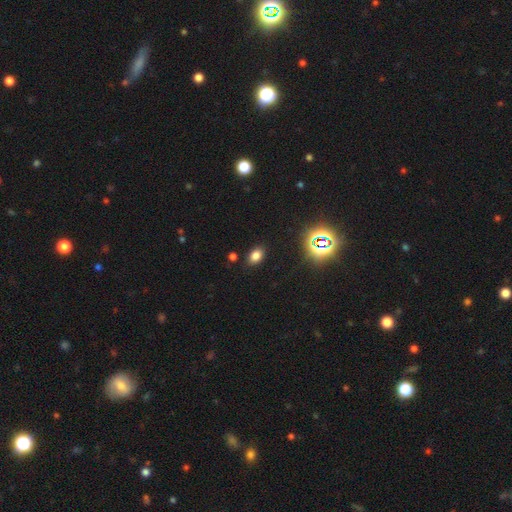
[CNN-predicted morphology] Q: Smooth or featured?
A: smooth (75%); runner-up: star or artifact (18%)
Q: How rounded?
A: in between (80%); runner-up: round (19%)
Q: Merging?
A: none (86%); runner-up: minor disturbance (10%)